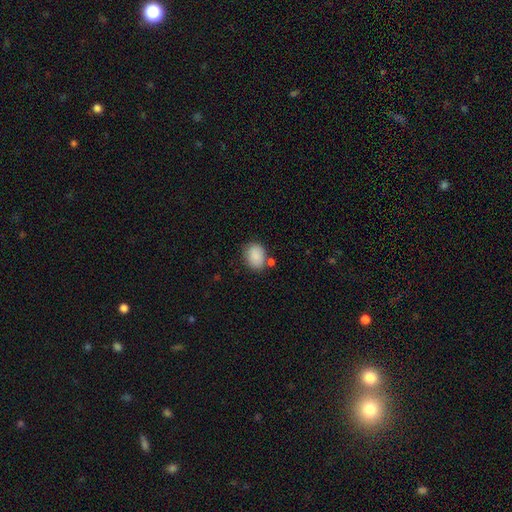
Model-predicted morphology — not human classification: The model was most divided on "how rounded": in between: 64%, round: 35%, cigar-shaped: 1%. More confident: smooth or featured — smooth (88%); merging — none (69%).